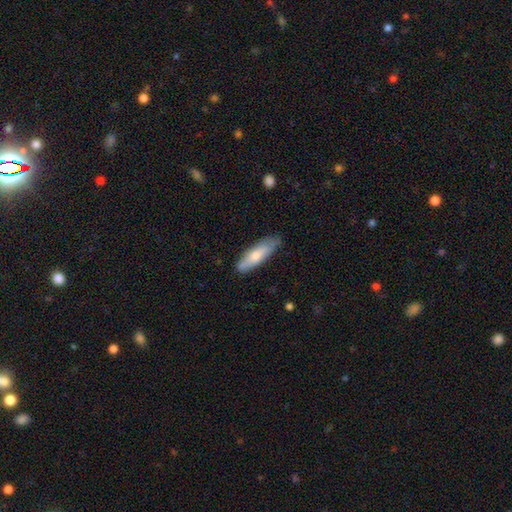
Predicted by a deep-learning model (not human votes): A smooth galaxy with no disk features (72%) that is cigar-shaped (60%). Merging: none (79%).